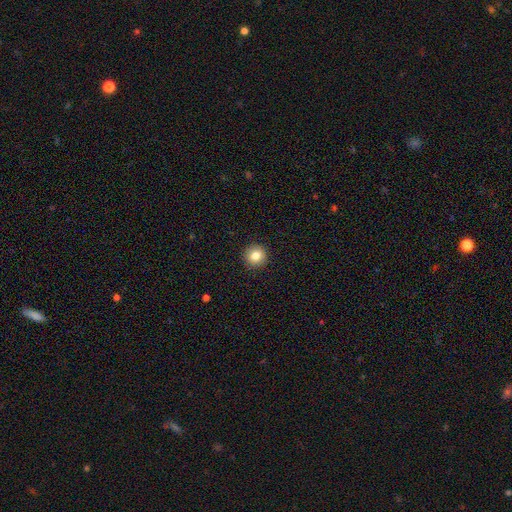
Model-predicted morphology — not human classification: A smooth galaxy with no disk features (82%) that is round (95%).

Vote fractions:
- Smooth or featured? smooth: 82% / star or artifact: 10% / featured or disk: 8%
- How rounded? round: 95% / in between: 5% / cigar-shaped: 1%
- Merging? none: 93% / minor disturbance: 5% / major disturbance: 2% / merger: 1%